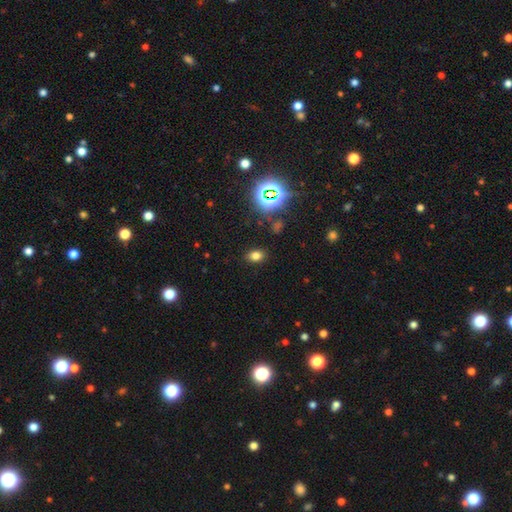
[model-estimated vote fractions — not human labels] The model was most divided on "how rounded": in between: 71%, round: 27%, cigar-shaped: 1%. More confident: merging — none (87%); smooth or featured — smooth (72%).